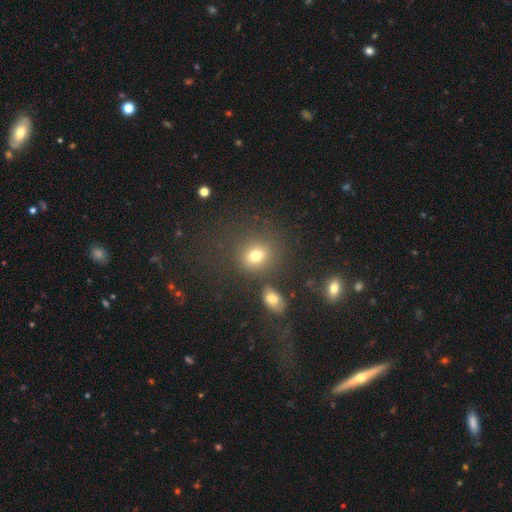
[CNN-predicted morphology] smooth_or_featured: smooth (p=0.75) [alt: star or artifact p=0.16]
how_rounded: round (p=0.70) [alt: in between p=0.28]
merging: none (p=0.73) [alt: merger p=0.11]